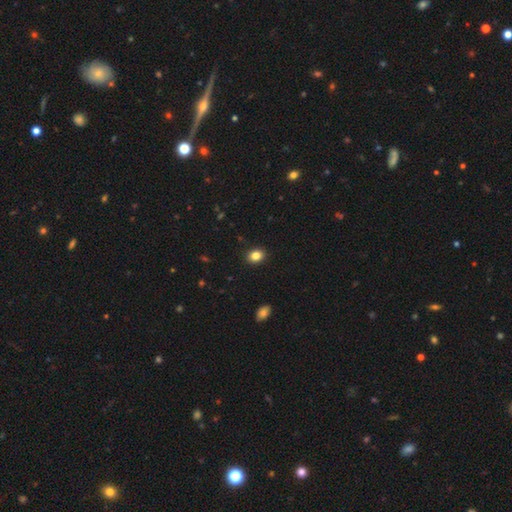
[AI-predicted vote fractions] Q: Smooth or featured?
A: smooth (85%); runner-up: star or artifact (10%)
Q: How rounded?
A: round (50%); runner-up: in between (49%)
Q: Merging?
A: none (91%); runner-up: minor disturbance (7%)